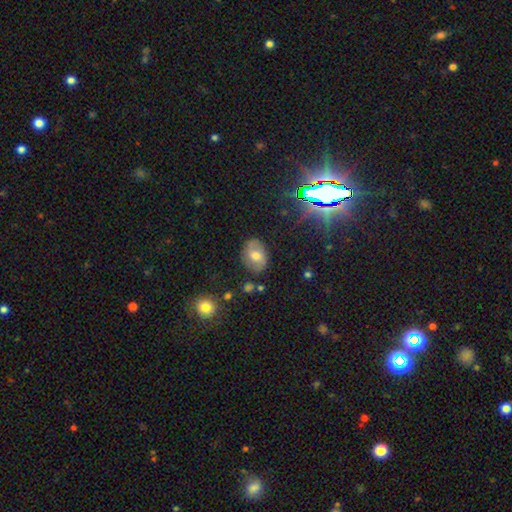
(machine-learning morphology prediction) Overall: smooth (62%; featured or disk 27%). How rounded: in between (70%). Merging: none (79%).